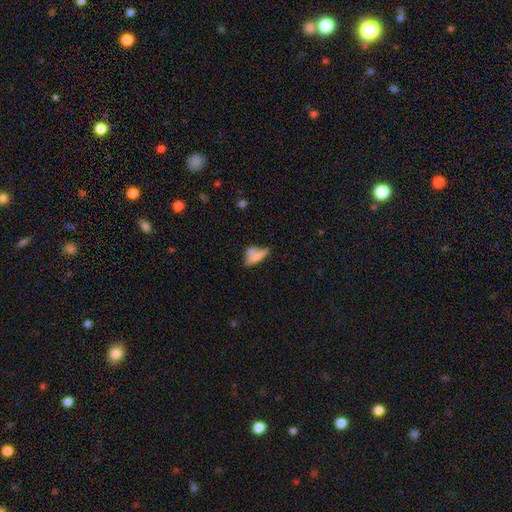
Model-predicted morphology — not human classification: Smooth or featured? Predicted: smooth (p=0.58). How rounded? Predicted: in between (p=0.51). Merging? Predicted: none (p=0.36).